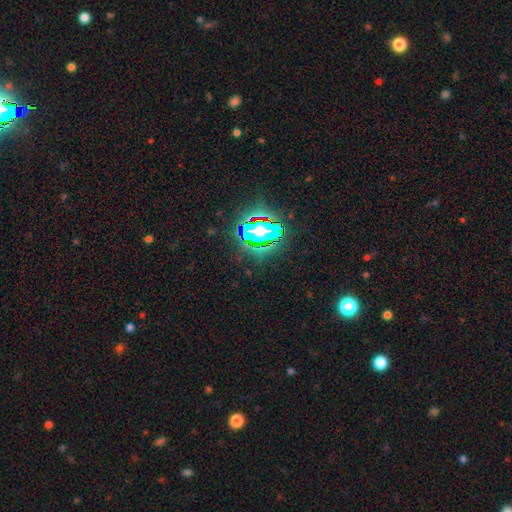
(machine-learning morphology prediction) The model was most divided on "smooth or featured": star or artifact: 83%, smooth: 10%, featured or disk: 7%.